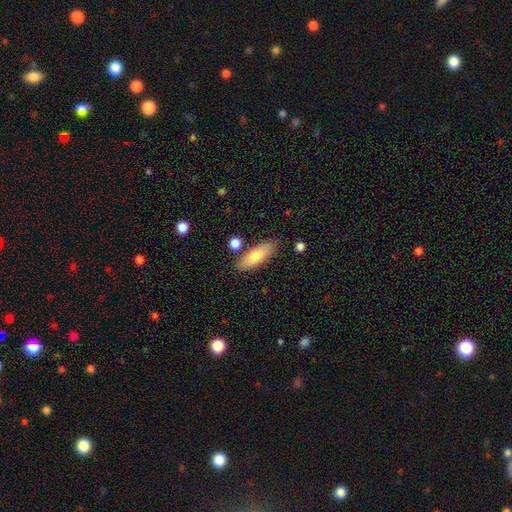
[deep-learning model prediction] Overall: smooth (76%). How rounded: in between (59%; cigar-shaped 39%). Merging: none (81%).